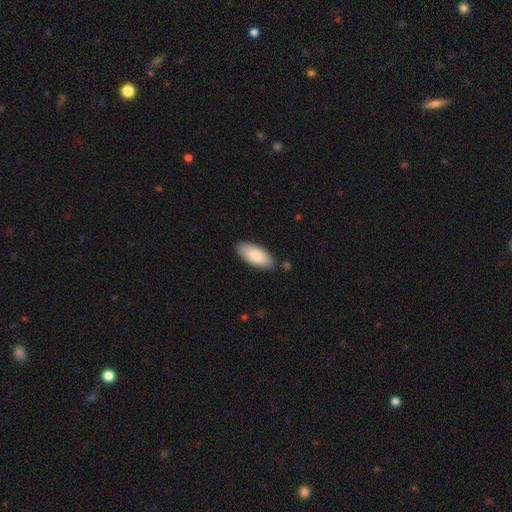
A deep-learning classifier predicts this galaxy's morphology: Overall: smooth (83%). How rounded: in between (88%). Merging: none (85%).